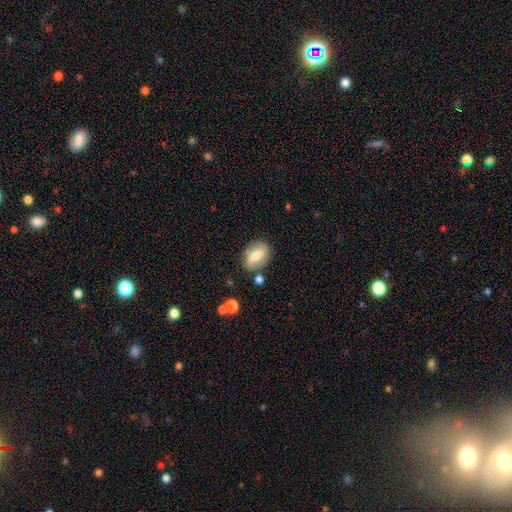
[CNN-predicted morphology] type=smooth (51%); roundness=in between (78%); merging=none (76%).